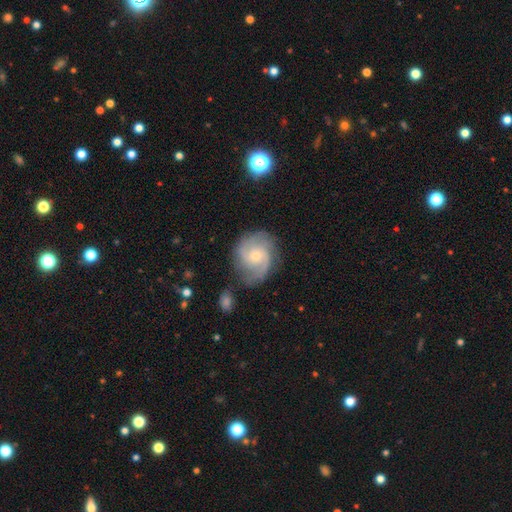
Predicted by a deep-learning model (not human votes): Q: Smooth or featured?
A: featured or disk (82%); runner-up: smooth (12%)
Q: Edge-on disk?
A: no (98%); runner-up: yes (2%)
Q: Bar?
A: no (67%); runner-up: weak (29%)
Q: Spiral arms?
A: yes (97%); runner-up: no (3%)
Q: Spiral winding?
A: medium (46%); runner-up: tight (41%)
Q: Spiral arm count?
A: 2 (43%); runner-up: 3 (29%)
Q: Bulge size?
A: small (63%); runner-up: moderate (32%)
Q: Merging?
A: none (69%); runner-up: minor disturbance (18%)